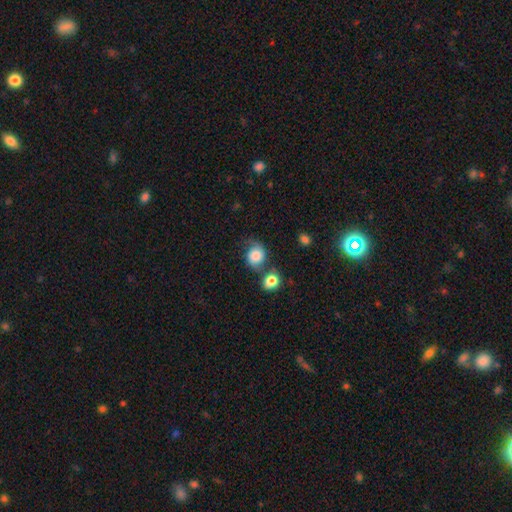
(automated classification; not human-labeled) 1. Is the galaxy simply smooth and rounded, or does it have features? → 62% smooth, 29% featured or disk, 9% star or artifact.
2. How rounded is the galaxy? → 68% round, 31% in between, 1% cigar-shaped.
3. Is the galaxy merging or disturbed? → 44% none, 24% minor disturbance, 20% merger, 13% major disturbance.